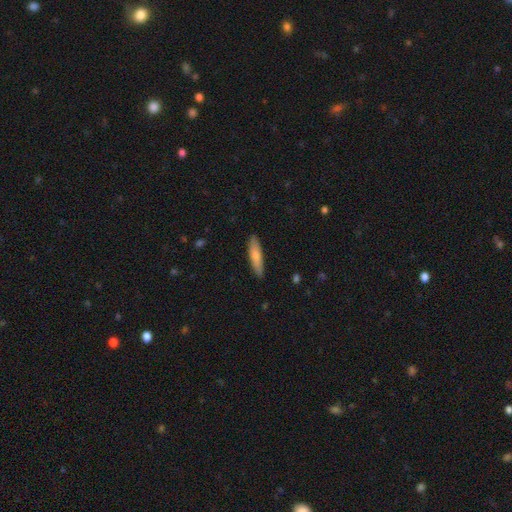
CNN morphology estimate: A smooth galaxy with no disk features (77%) that is cigar-shaped (77%). Merging: none (88%).